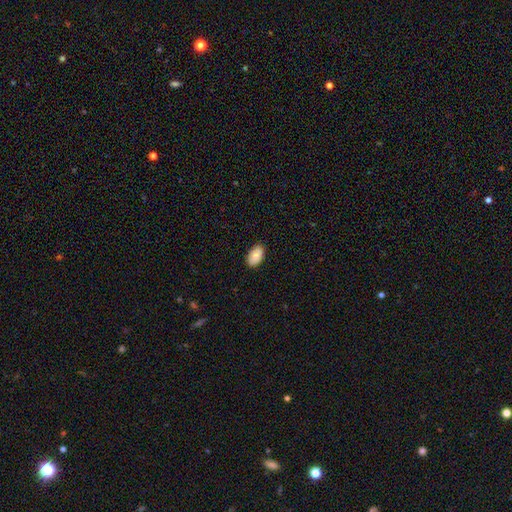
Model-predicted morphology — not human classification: Q: Smooth or featured?
A: smooth (85%); runner-up: featured or disk (9%)
Q: How rounded?
A: in between (94%); runner-up: round (4%)
Q: Merging?
A: none (87%); runner-up: minor disturbance (11%)